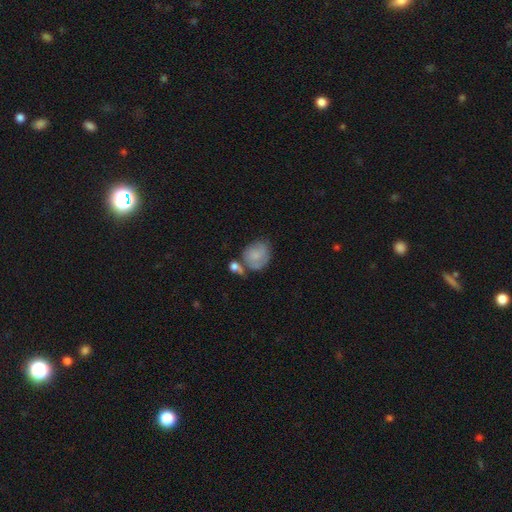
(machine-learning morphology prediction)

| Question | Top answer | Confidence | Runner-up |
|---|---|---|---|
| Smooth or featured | smooth | 63% | featured or disk (29%) |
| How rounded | round | 65% | in between (33%) |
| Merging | none | 46% | minor disturbance (24%) |